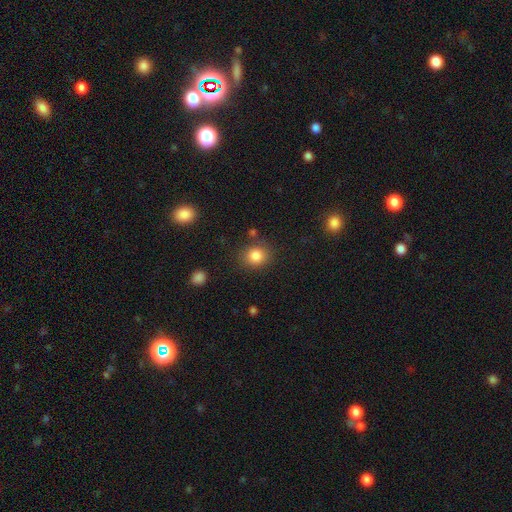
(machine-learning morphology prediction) Smooth or featured? Predicted: smooth (p=0.84). How rounded? Predicted: round (p=0.79). Merging? Predicted: none (p=0.81).